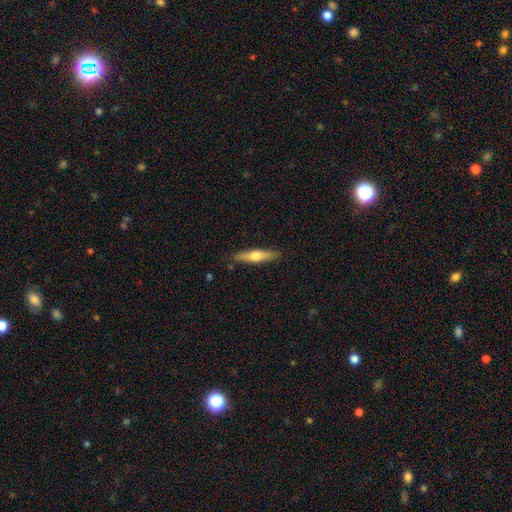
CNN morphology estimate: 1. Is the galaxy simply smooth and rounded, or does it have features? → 47% smooth (tied), 47% featured or disk (tied), 5% star or artifact.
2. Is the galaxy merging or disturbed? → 88% none, 9% minor disturbance, 2% major disturbance, 1% merger.